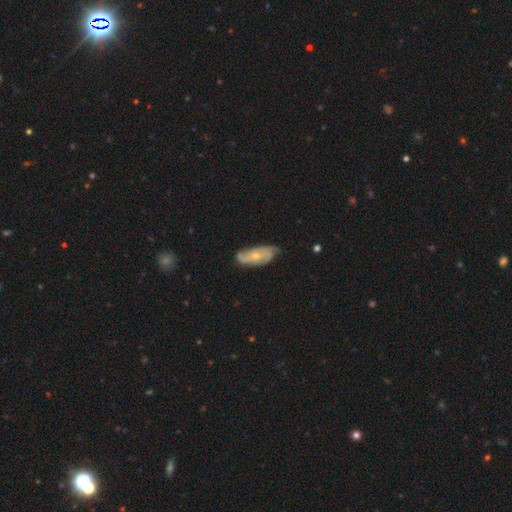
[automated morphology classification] Smooth or featured? Predicted: featured or disk (p=0.69). Edge-on disk? Predicted: no (p=0.91). Bar? Predicted: no (p=0.77). Spiral arms? Predicted: yes (p=0.89). Spiral winding? Predicted: tight (p=0.44). Spiral arm count? Predicted: 2 (p=0.46). Bulge size? Predicted: small (p=0.60). Merging? Predicted: none (p=0.65).